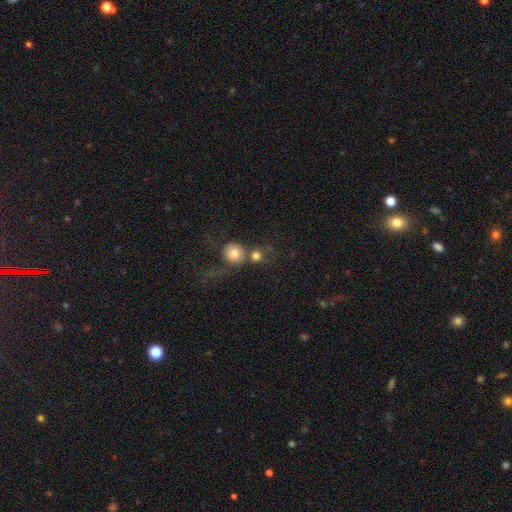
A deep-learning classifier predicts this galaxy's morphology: Smooth or featured? Predicted: smooth (p=0.66). How rounded? Predicted: round (p=0.87). Merging? Predicted: merger (p=0.41).